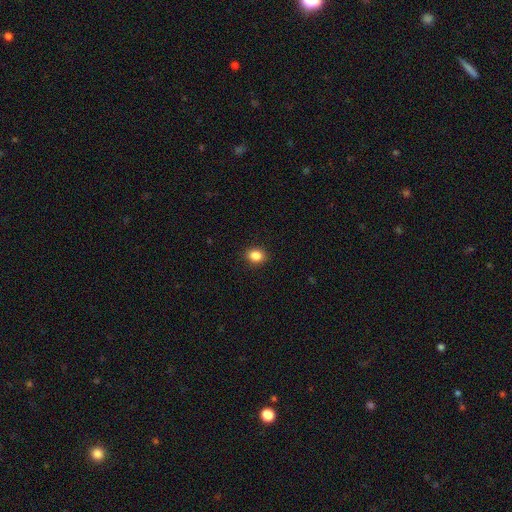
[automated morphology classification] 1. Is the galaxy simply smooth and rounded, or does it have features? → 86% smooth, 10% star or artifact, 4% featured or disk.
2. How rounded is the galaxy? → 52% round, 47% in between, 1% cigar-shaped.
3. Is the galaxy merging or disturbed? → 91% none, 7% minor disturbance, 2% major disturbance, 1% merger.